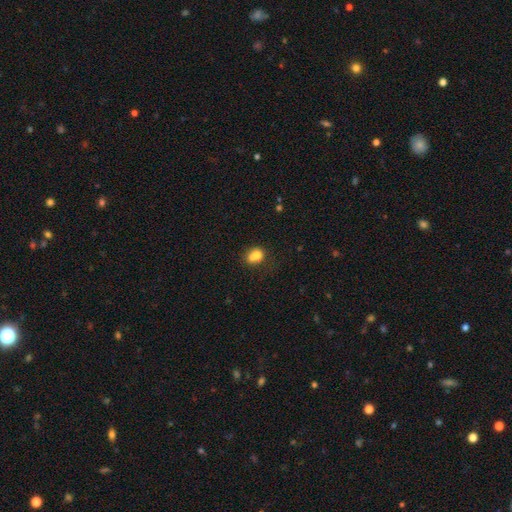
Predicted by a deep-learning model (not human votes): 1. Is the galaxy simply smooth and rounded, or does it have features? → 73% smooth, 16% featured or disk, 11% star or artifact.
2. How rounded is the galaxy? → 51% round, 48% in between, 1% cigar-shaped.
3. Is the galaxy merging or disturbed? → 47% merger, 33% none, 13% minor disturbance, 6% major disturbance.